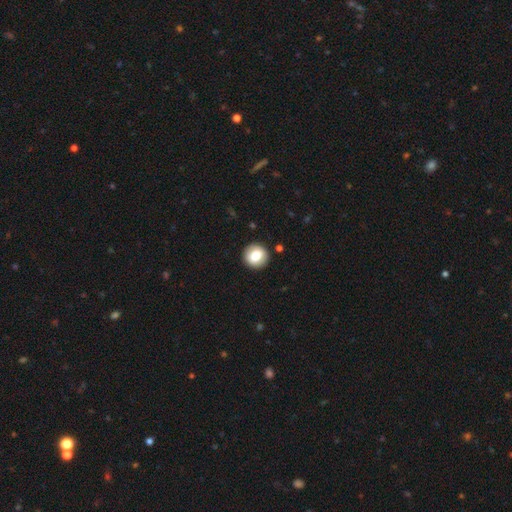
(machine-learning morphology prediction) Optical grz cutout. It shows a smooth galaxy with no disk features (76%) that is round (92%). Merging: none (91%).